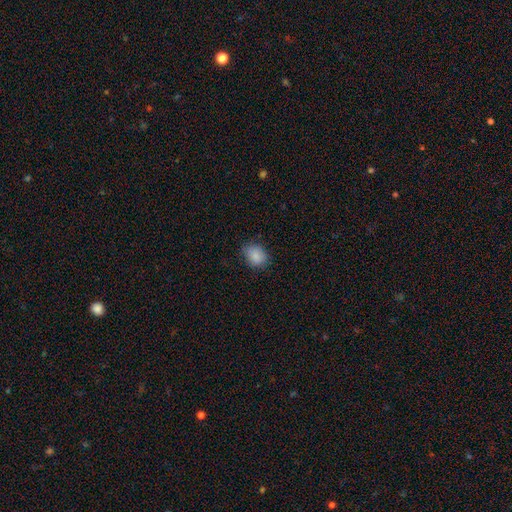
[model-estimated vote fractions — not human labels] Smooth or featured?
  - smooth: 87% *
  - star or artifact: 8%
  - featured or disk: 4%
How rounded?
  - in between: 56% *
  - round: 43%
  - cigar-shaped: 1%
Merging?
  - none: 79% *
  - minor disturbance: 16%
  - major disturbance: 4%
  - merger: 1%